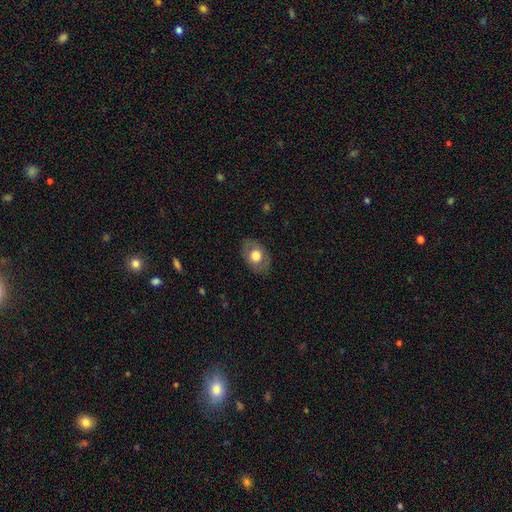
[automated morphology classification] Smooth or featured? Predicted: smooth (p=0.63). How rounded? Predicted: in between (p=0.75). Merging? Predicted: none (p=0.82).